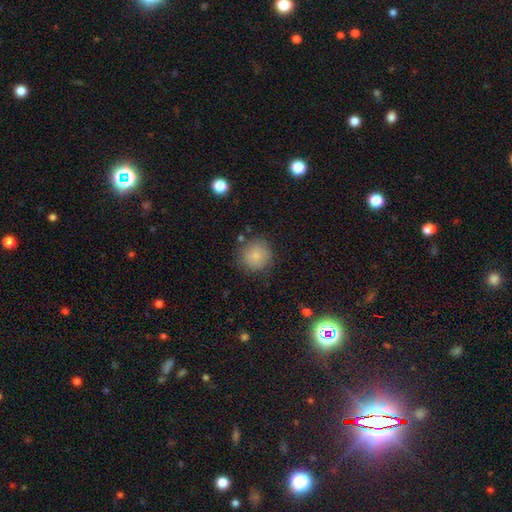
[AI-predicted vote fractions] This appears to be a smooth galaxy with no disk features (83%) that is round (93%). Merging: none (80%).